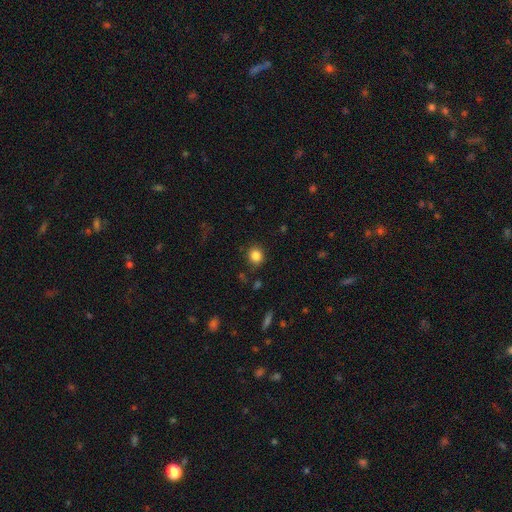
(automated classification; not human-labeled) Smooth or featured? Predicted: smooth (p=0.85). How rounded? Predicted: round (p=0.81). Merging? Predicted: none (p=0.86).